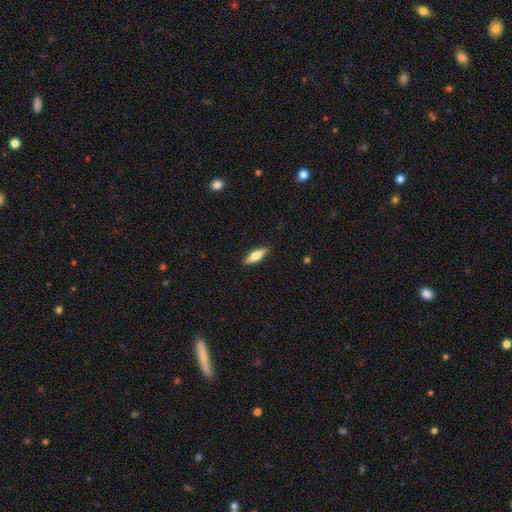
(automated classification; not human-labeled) Smooth or featured: smooth — 58% (featured or disk — 36%)
How rounded: cigar-shaped — 52% (in between — 46%)
Merging: none — 89% (minor disturbance — 8%)